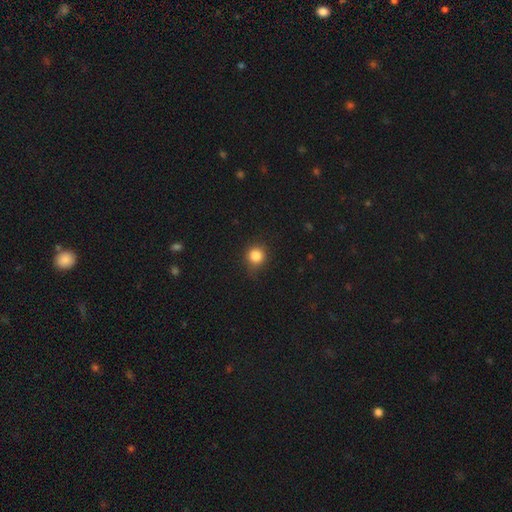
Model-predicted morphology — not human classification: smooth-or-featured: smooth: 84% | star or artifact: 11% | featured or disk: 4%
  how-rounded: round: 90% | in between: 9% | cigar-shaped: 1%
  merging: none: 78% | minor disturbance: 17% | major disturbance: 4% | merger: 1%